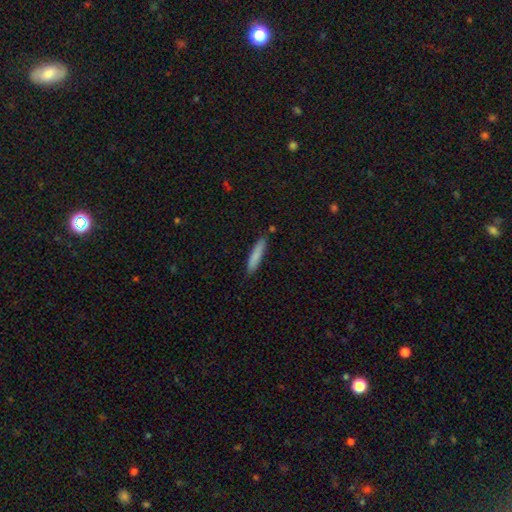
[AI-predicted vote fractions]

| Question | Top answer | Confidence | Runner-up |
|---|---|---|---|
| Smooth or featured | smooth | 82% | featured or disk (12%) |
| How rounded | cigar-shaped | 88% | in between (11%) |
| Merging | none | 85% | minor disturbance (11%) |